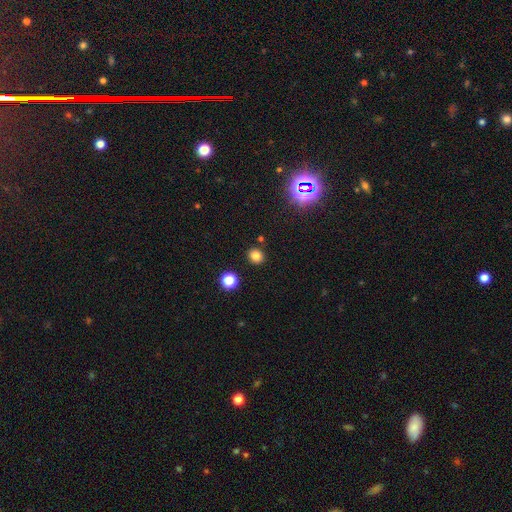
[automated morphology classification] Smooth or featured?
  - smooth: 79% *
  - star or artifact: 15%
  - featured or disk: 6%
How rounded?
  - round: 79% *
  - in between: 20%
  - cigar-shaped: 1%
Merging?
  - none: 88% *
  - minor disturbance: 7%
  - merger: 4%
  - major disturbance: 2%